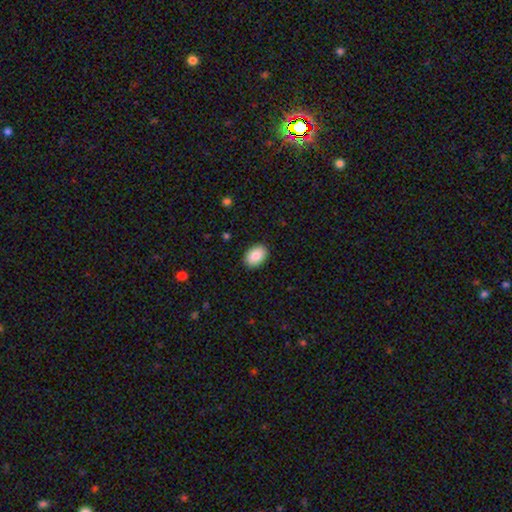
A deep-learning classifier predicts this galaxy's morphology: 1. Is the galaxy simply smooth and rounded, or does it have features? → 88% smooth, 7% star or artifact, 5% featured or disk.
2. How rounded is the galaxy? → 86% in between, 13% round, 1% cigar-shaped.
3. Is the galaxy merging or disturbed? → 90% none, 7% minor disturbance, 2% major disturbance, 1% merger.